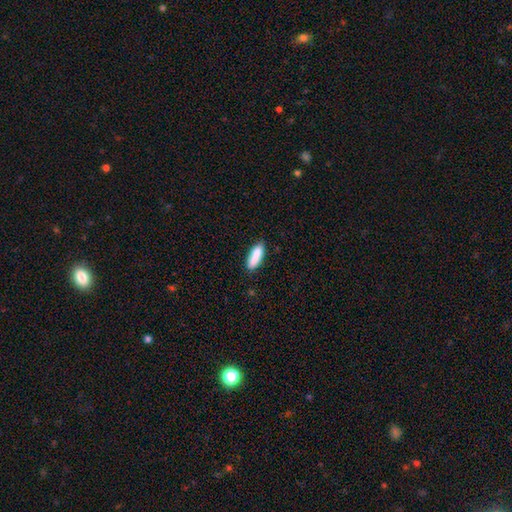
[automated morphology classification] smooth-or-featured: smooth: 86% | featured or disk: 7% | star or artifact: 6%
  how-rounded: cigar-shaped: 50% | in between: 48% | round: 2%
  merging: none: 82% | minor disturbance: 14% | major disturbance: 3% | merger: 2%